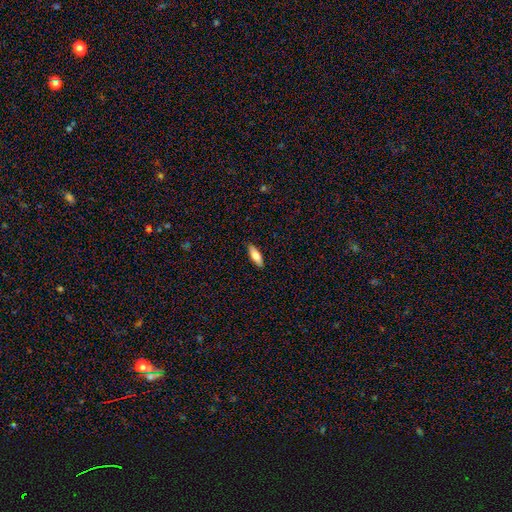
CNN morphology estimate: Overall: smooth (75%). How rounded: in between (59%; cigar-shaped 39%). Merging: none (89%).